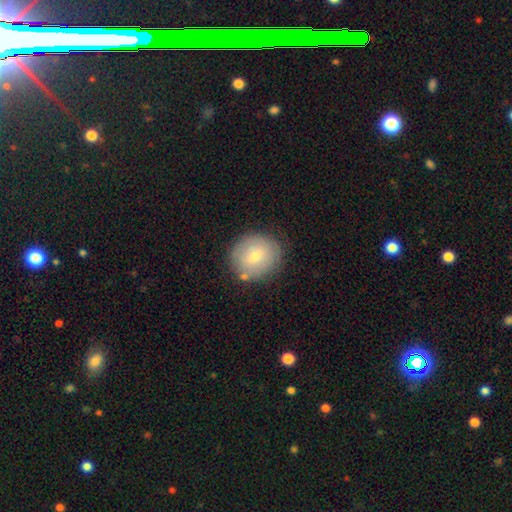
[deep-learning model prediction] Smooth or featured: smooth — 73% (featured or disk — 20%)
How rounded: round — 82% (in between — 17%)
Merging: none — 79% (minor disturbance — 13%)